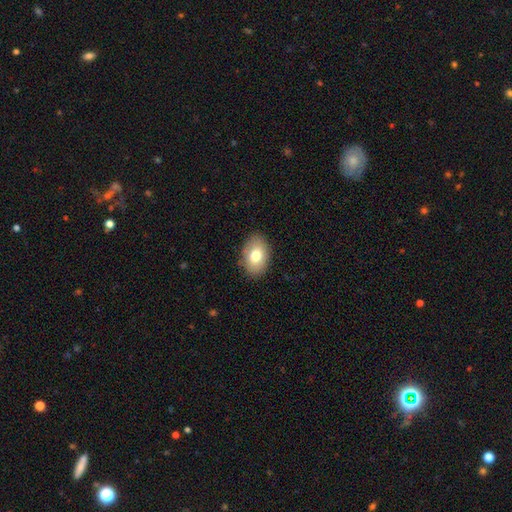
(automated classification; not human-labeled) This appears to be a smooth galaxy with no disk features (76%) that is in between round and cigar-shaped (86%). Merging: none (86%).